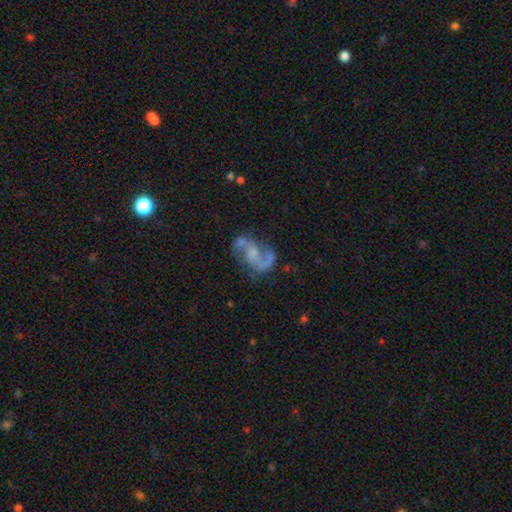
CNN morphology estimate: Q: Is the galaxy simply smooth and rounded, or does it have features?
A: featured or disk — 81%.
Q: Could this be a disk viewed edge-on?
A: no — 98%.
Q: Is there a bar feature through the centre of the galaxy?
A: no — 52%.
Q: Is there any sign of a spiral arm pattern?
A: yes — 90%.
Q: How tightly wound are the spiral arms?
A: loose — 46%.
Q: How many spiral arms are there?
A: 2 — 87%.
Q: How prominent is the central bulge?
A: small — 39%.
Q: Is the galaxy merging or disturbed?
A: none — 54%.